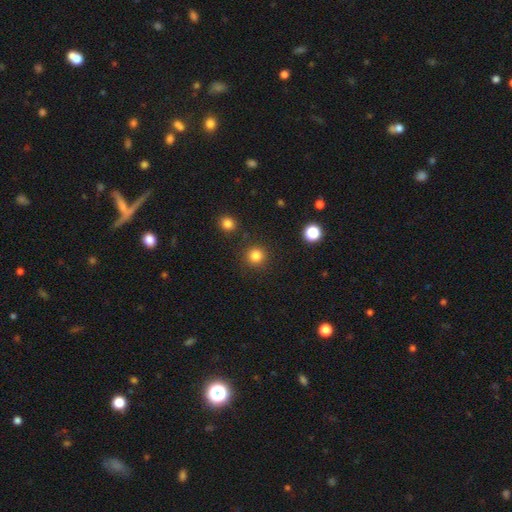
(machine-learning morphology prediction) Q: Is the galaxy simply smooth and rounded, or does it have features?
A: smooth — 83%.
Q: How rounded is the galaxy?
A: round — 94%.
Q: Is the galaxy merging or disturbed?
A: none — 89%.